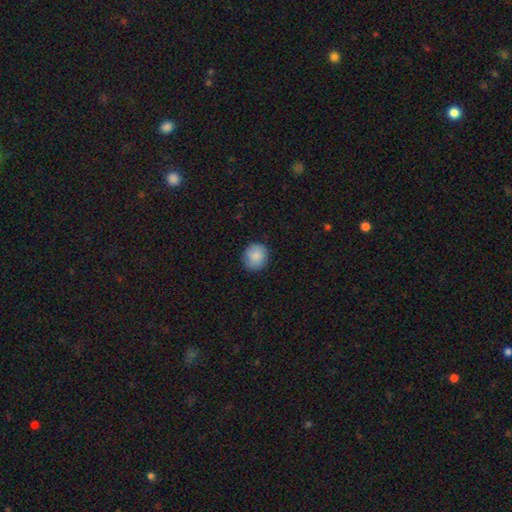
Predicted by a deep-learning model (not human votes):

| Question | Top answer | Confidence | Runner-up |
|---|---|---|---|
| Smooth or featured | smooth | 85% | featured or disk (8%) |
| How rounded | round | 84% | in between (15%) |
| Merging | none | 83% | minor disturbance (13%) |